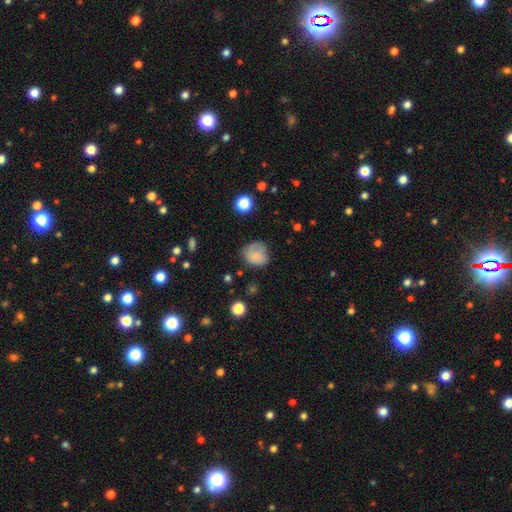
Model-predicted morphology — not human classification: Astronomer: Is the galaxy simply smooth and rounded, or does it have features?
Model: smooth — 73%.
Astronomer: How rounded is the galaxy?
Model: round — 76%.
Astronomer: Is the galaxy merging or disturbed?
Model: none — 58%.